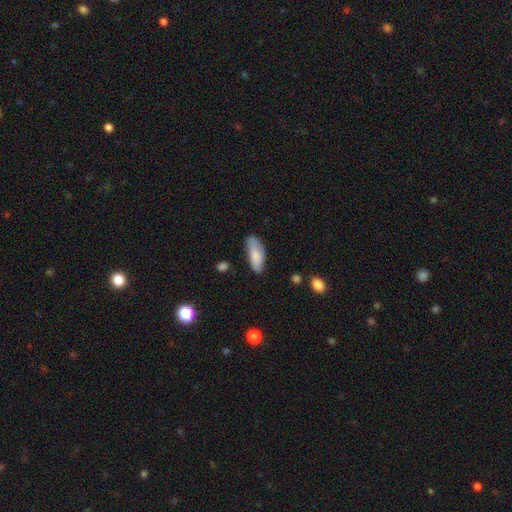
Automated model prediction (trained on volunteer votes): Q: Smooth or featured?
A: smooth (81%); runner-up: featured or disk (12%)
Q: How rounded?
A: in between (80%); runner-up: cigar-shaped (18%)
Q: Merging?
A: none (63%); runner-up: minor disturbance (27%)